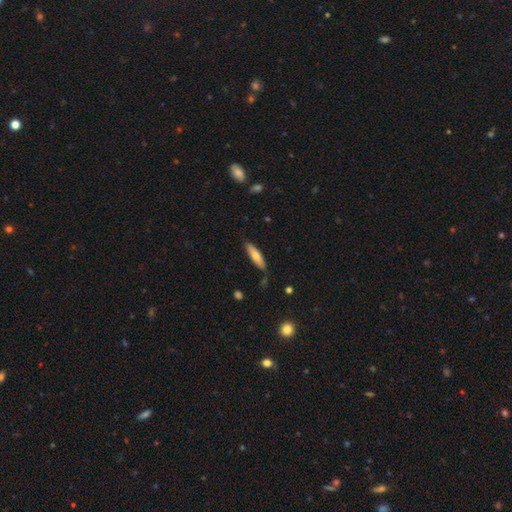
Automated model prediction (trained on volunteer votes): smooth-or-featured: smooth: 66% | featured or disk: 28% | star or artifact: 6%
  how-rounded: cigar-shaped: 65% | in between: 33% | round: 2%
  merging: none: 82% | minor disturbance: 14% | major disturbance: 2% | merger: 2%